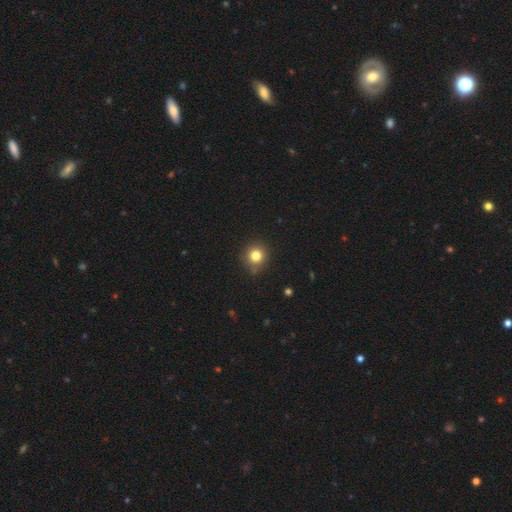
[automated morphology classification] Smooth or featured: smooth — 80% (star or artifact — 13%)
How rounded: round — 91% (in between — 8%)
Merging: none — 86% (minor disturbance — 10%)